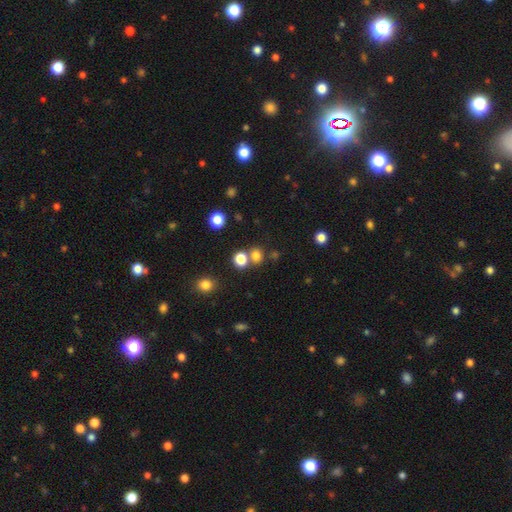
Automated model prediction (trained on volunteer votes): Smooth or featured?
  - smooth: 76% *
  - star or artifact: 18%
  - featured or disk: 6%
How rounded?
  - round: 72% *
  - in between: 27%
  - cigar-shaped: 1%
Merging?
  - none: 61% *
  - merger: 26%
  - minor disturbance: 8%
  - major disturbance: 4%